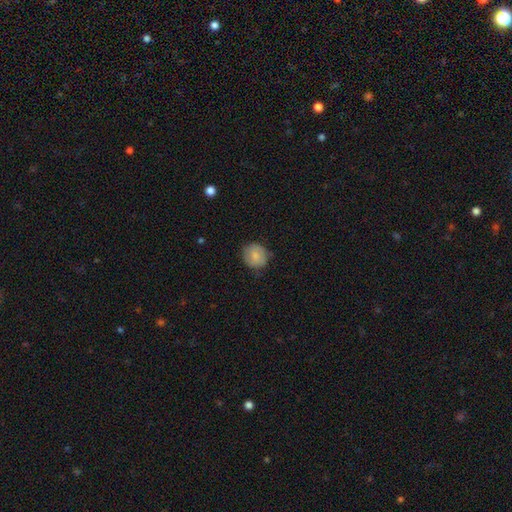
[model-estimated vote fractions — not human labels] This appears to be a smooth galaxy with no disk features (79%) that is round (83%). Merging: none (76%).